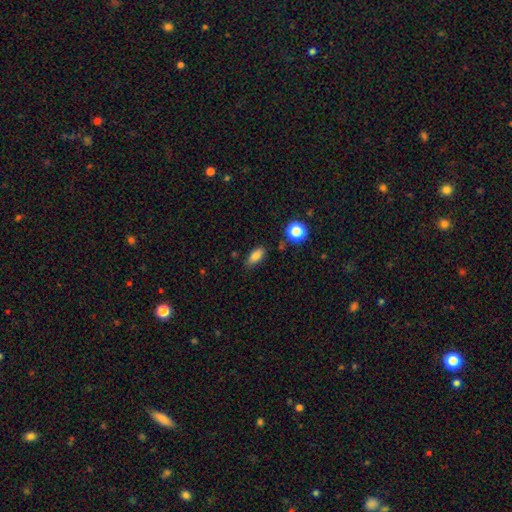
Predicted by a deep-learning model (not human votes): Overall: smooth (83%). How rounded: in between (82%). Merging: none (78%).